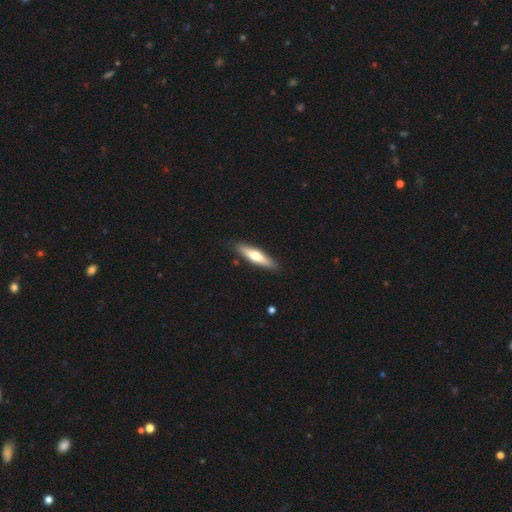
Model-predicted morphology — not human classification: Q: Smooth or featured?
A: smooth (56%); runner-up: featured or disk (38%)
Q: How rounded?
A: cigar-shaped (73%); runner-up: in between (25%)
Q: Merging?
A: none (88%); runner-up: minor disturbance (9%)